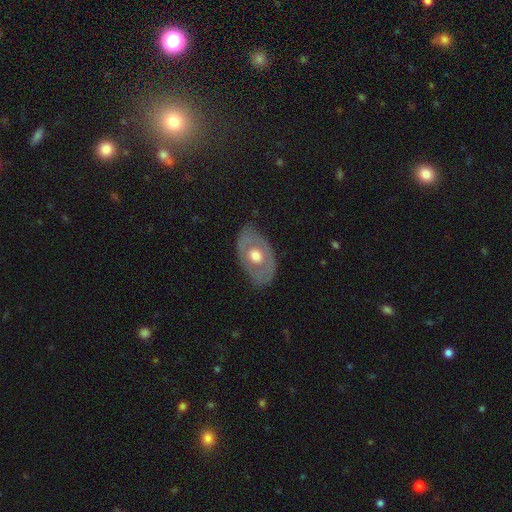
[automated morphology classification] featured or disk 52%, smooth 42%, star or artifact 5%. Down the decision tree: edge-on disk — no (90%); merging — none (73%).